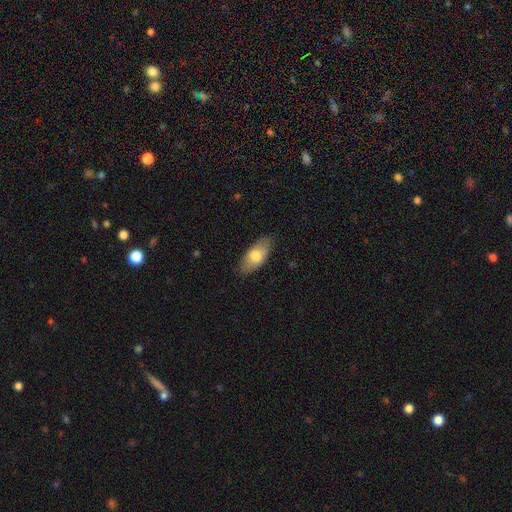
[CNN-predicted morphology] A smooth galaxy with no disk features (71%) that is in between round and cigar-shaped (87%).

Vote fractions:
- Smooth or featured? smooth: 71% / featured or disk: 23% / star or artifact: 6%
- How rounded? in between: 87% / cigar-shaped: 10% / round: 3%
- Merging? none: 82% / minor disturbance: 14% / major disturbance: 3% / merger: 1%